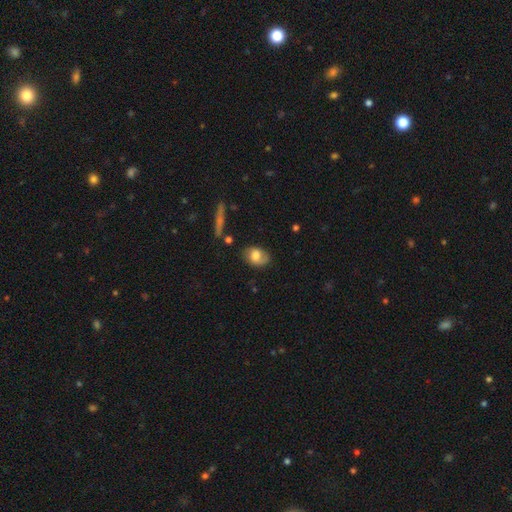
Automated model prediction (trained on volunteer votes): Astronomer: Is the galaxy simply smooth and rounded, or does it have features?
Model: smooth — 67%.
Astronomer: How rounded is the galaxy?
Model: in between — 76%.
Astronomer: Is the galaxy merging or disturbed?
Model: none — 64%.